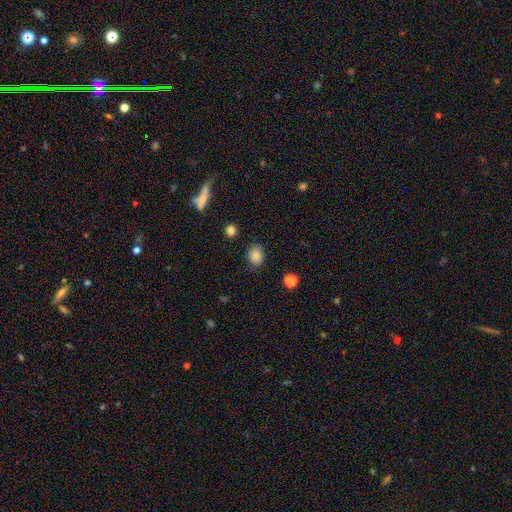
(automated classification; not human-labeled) Smooth or featured?
  - smooth: 84% *
  - star or artifact: 10%
  - featured or disk: 5%
How rounded?
  - in between: 52% *
  - round: 47%
  - cigar-shaped: 1%
Merging?
  - none: 79% *
  - minor disturbance: 15%
  - major disturbance: 4%
  - merger: 2%